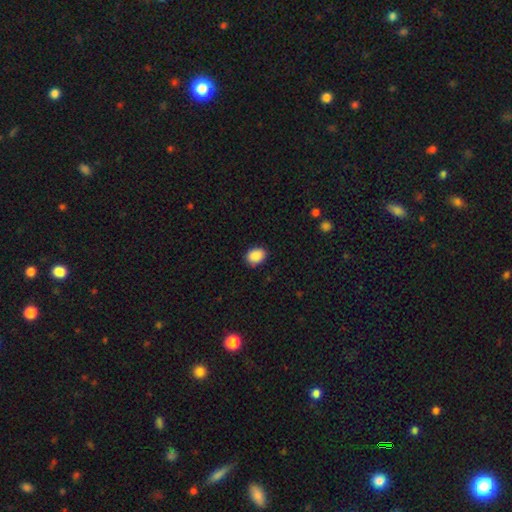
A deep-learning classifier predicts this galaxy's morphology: smooth 90%, star or artifact 8%, featured or disk 3%. Down the decision tree: how rounded — in between (66%); merging — none (85%).